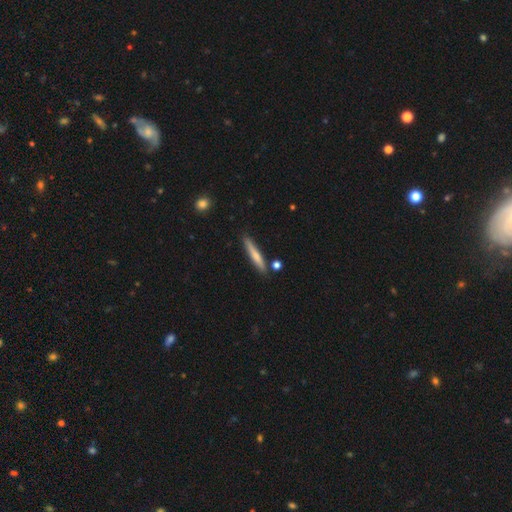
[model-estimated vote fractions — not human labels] This appears to be a smooth galaxy with no disk features (65%) that is cigar-shaped (93%). Merging: none (83%).